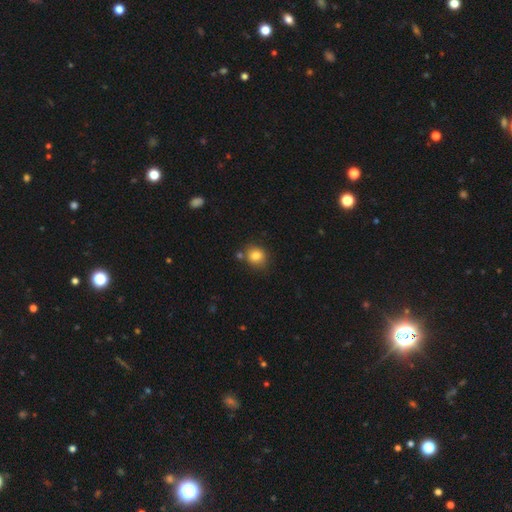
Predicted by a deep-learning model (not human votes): Smooth or featured: smooth — 82% (star or artifact — 10%)
How rounded: round — 75% (in between — 24%)
Merging: none — 74% (minor disturbance — 13%)